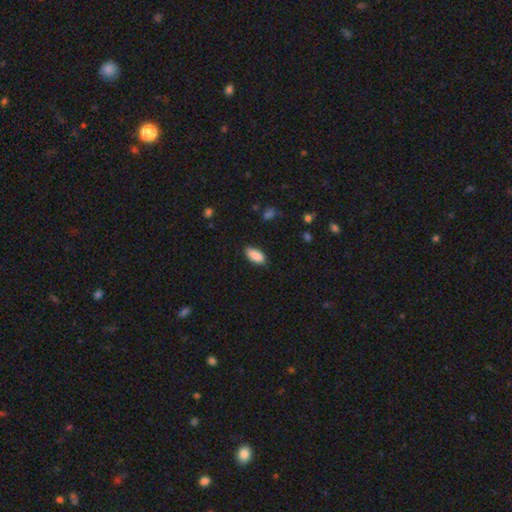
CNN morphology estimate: smooth-or-featured: smooth: 90% | star or artifact: 7% | featured or disk: 4%
  how-rounded: in between: 91% | cigar-shaped: 6% | round: 2%
  merging: none: 84% | minor disturbance: 12% | major disturbance: 2% | merger: 1%